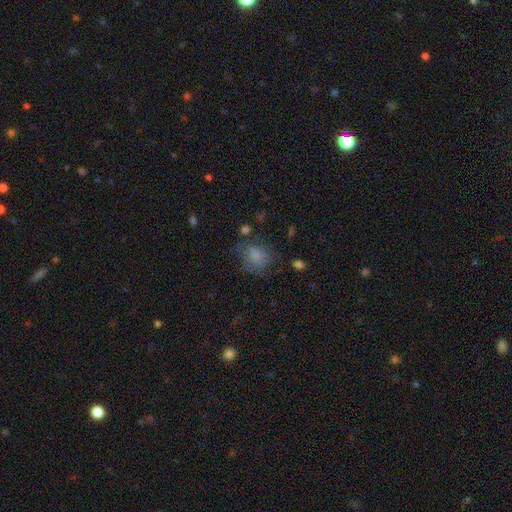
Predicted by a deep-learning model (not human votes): Smooth or featured? smooth (71%)
How rounded? round (53%)
Merging? none (52%)